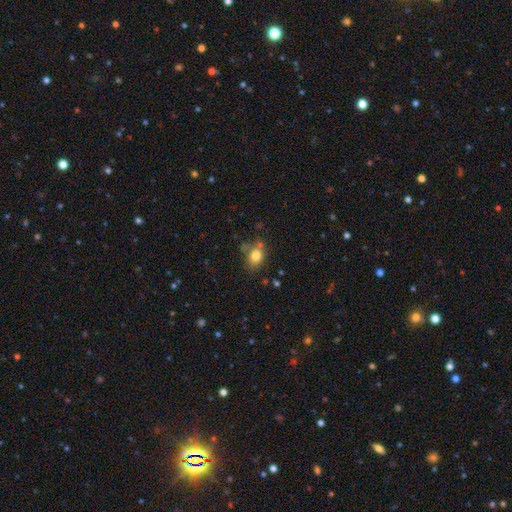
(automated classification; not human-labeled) Smooth or featured? smooth (80%)
How rounded? in between (54%)
Merging? none (67%)